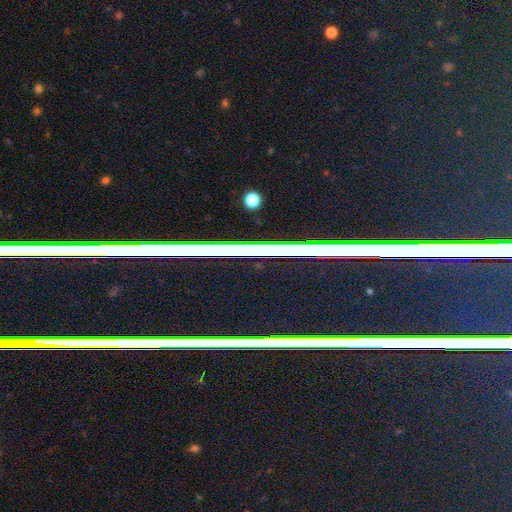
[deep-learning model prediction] Q: Smooth or featured?
A: star or artifact (76%); runner-up: featured or disk (14%)